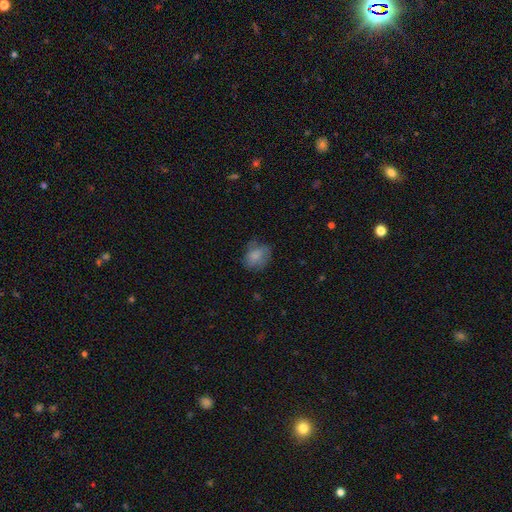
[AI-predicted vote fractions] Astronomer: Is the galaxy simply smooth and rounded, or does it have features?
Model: smooth — 76%.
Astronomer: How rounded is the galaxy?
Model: in between — 59% (runner-up: round, 39%).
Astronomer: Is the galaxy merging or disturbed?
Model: none — 58%.